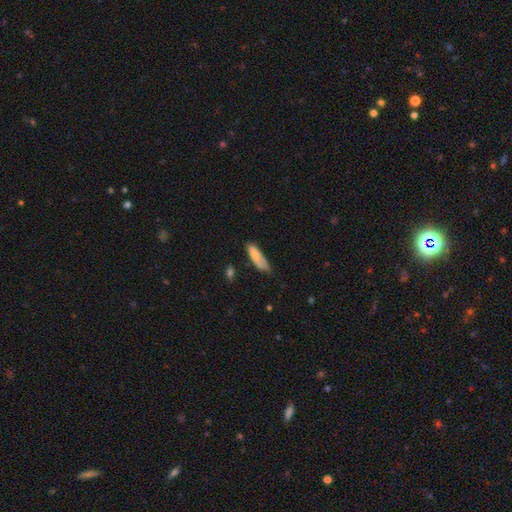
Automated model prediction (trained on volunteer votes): smooth_or_featured: smooth (p=0.76) [alt: featured or disk p=0.18]
how_rounded: in between (p=0.53) [alt: cigar-shaped p=0.45]
merging: none (p=0.53) [alt: minor disturbance p=0.35]